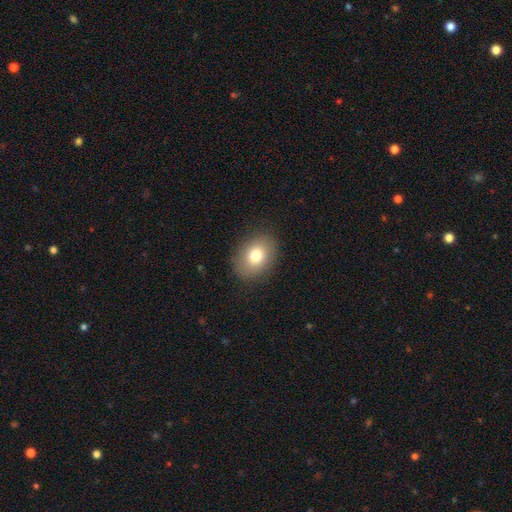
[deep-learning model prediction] Smooth or featured: smooth — 78% (featured or disk — 13%)
How rounded: in between — 62% (round — 37%)
Merging: none — 87% (minor disturbance — 9%)